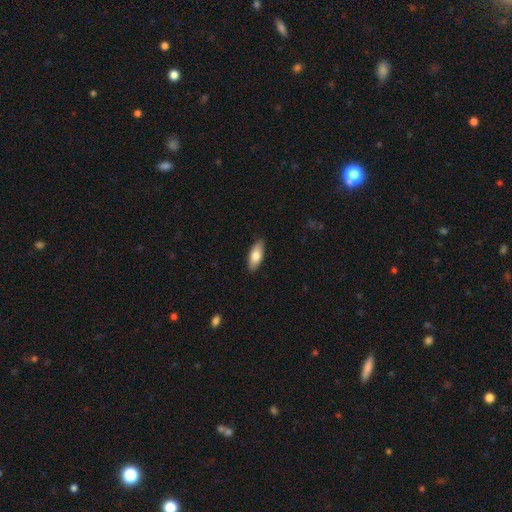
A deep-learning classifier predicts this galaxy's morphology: smooth-or-featured: smooth: 81% | featured or disk: 14% | star or artifact: 6%
  how-rounded: in between: 81% | cigar-shaped: 17% | round: 2%
  merging: none: 88% | minor disturbance: 9% | major disturbance: 2% | merger: 1%